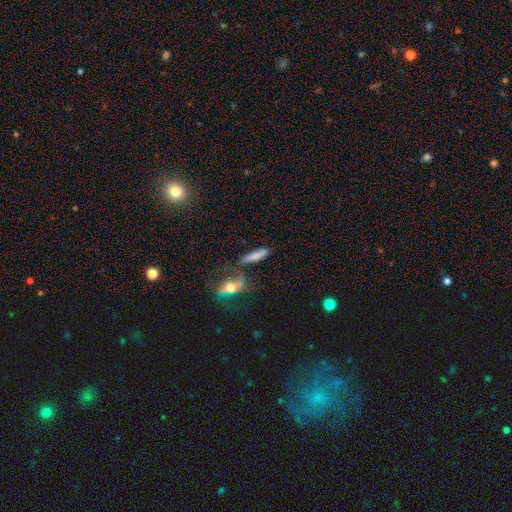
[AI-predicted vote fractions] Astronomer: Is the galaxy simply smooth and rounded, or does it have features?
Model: smooth — 70%.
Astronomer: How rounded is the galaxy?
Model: cigar-shaped — 73%.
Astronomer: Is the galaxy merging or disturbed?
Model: none — 58%.